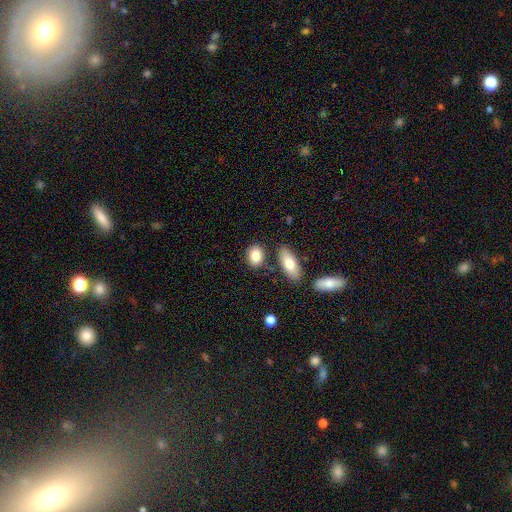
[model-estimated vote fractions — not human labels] Smooth or featured? smooth (85%)
How rounded? in between (78%)
Merging? none (75%)